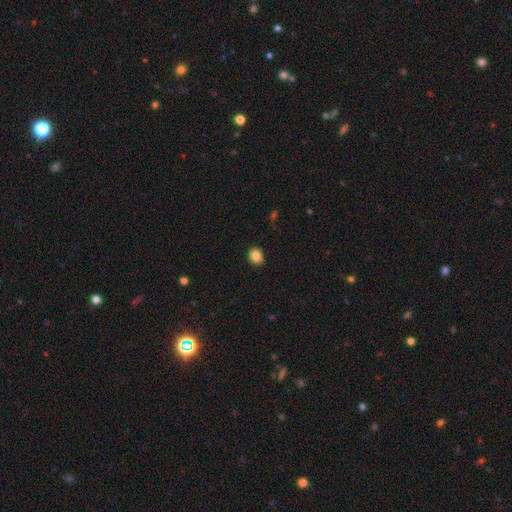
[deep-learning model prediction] This is clearly a smooth galaxy (86%). How rounded: possibly round (50%). Merging: clearly none (89%).